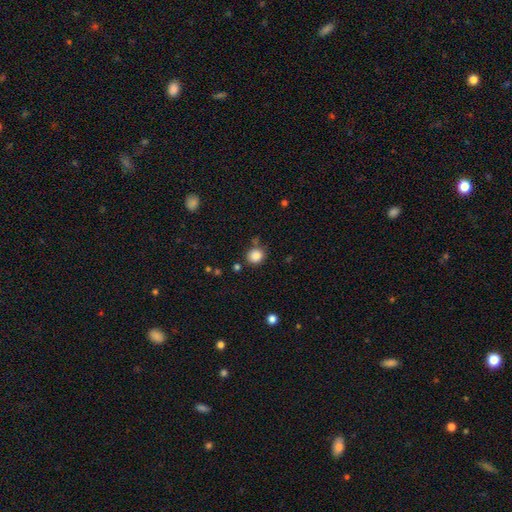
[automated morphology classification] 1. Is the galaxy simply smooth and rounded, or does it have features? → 86% smooth, 10% star or artifact, 4% featured or disk.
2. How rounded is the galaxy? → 82% round, 17% in between, 1% cigar-shaped.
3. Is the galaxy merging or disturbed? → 77% none, 12% minor disturbance, 7% merger, 4% major disturbance.